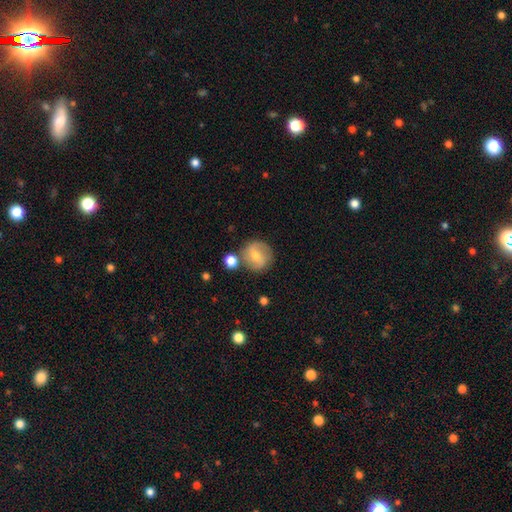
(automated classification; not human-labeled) The model was most divided on "smooth or featured": smooth: 53%, featured or disk: 39%, star or artifact: 8%. More confident: how rounded — round (89%); merging — none (73%).